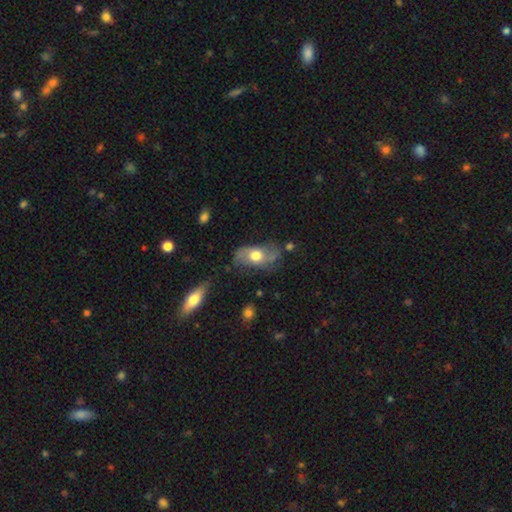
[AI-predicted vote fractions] The model was most divided on "smooth or featured": smooth: 49%, featured or disk: 44%, star or artifact: 8%. More confident: merging — none (53%).